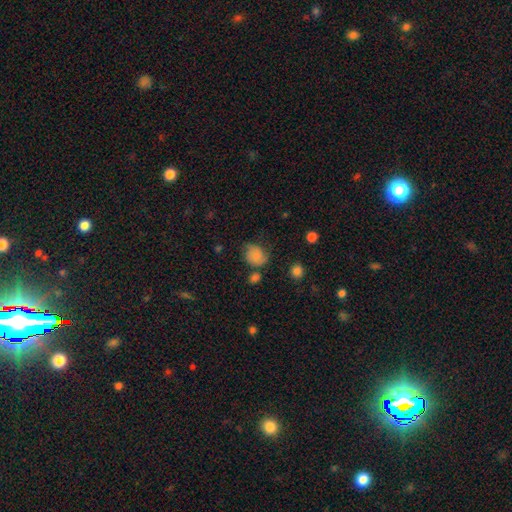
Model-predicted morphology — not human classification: The model was most divided on "how rounded": round: 60%, in between: 39%, cigar-shaped: 1%. More confident: smooth or featured — smooth (70%); merging — none (55%).